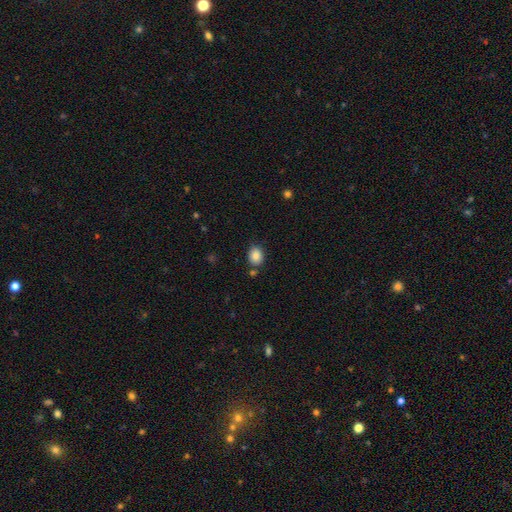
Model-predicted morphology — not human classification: Q: Smooth or featured?
A: smooth (86%); runner-up: star or artifact (9%)
Q: How rounded?
A: in between (50%); runner-up: round (49%)
Q: Merging?
A: none (77%); runner-up: minor disturbance (13%)